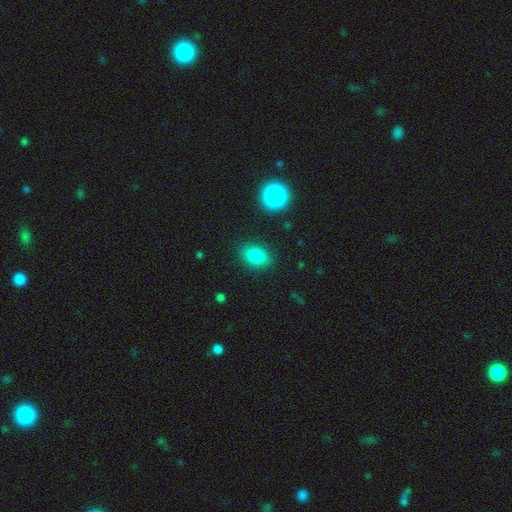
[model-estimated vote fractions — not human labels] Morphology: type=smooth (82%); roundness=in between (74%); merging=none (86%).